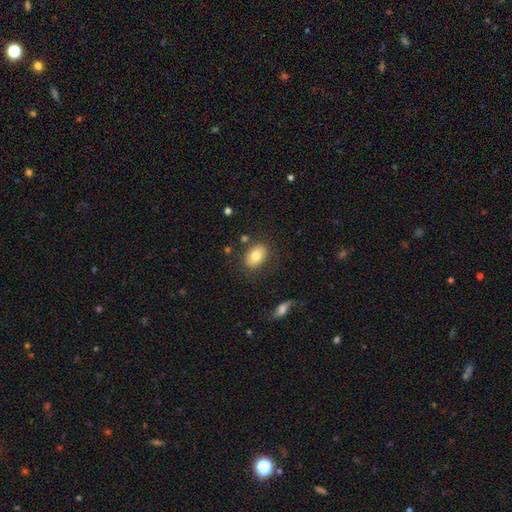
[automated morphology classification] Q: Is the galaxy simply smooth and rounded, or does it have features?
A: smooth — 77%.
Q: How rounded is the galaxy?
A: in between — 79%.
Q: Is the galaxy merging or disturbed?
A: none — 82%.